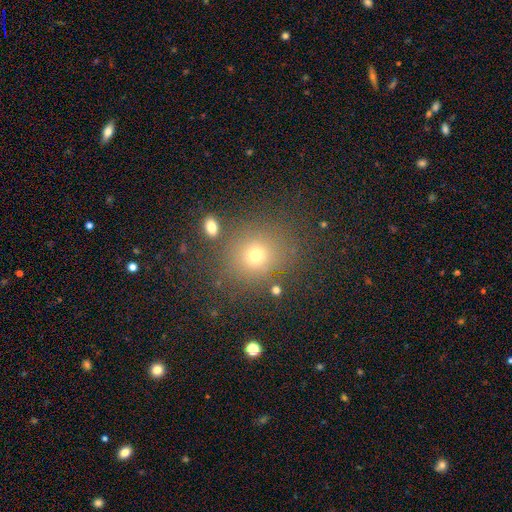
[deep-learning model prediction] smooth_or_featured: smooth (p=0.71) [alt: star or artifact p=0.19]
how_rounded: round (p=0.74) [alt: in between p=0.25]
merging: none (p=0.79) [alt: minor disturbance p=0.11]